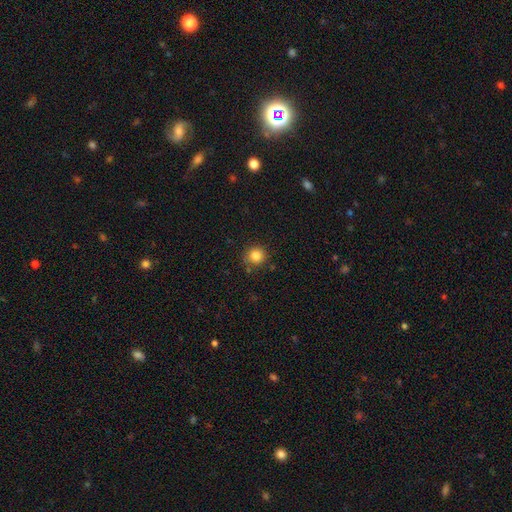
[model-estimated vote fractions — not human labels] Q: Smooth or featured?
A: smooth (84%); runner-up: star or artifact (11%)
Q: How rounded?
A: round (93%); runner-up: in between (6%)
Q: Merging?
A: none (84%); runner-up: minor disturbance (10%)